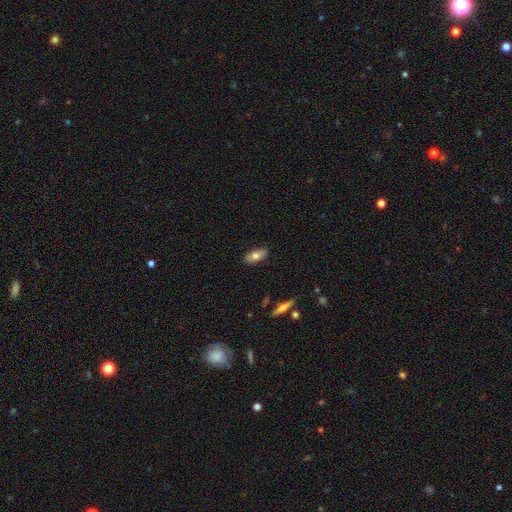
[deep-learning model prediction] Morphology: type=smooth (70%); roundness=in between (85%); merging=none (85%).